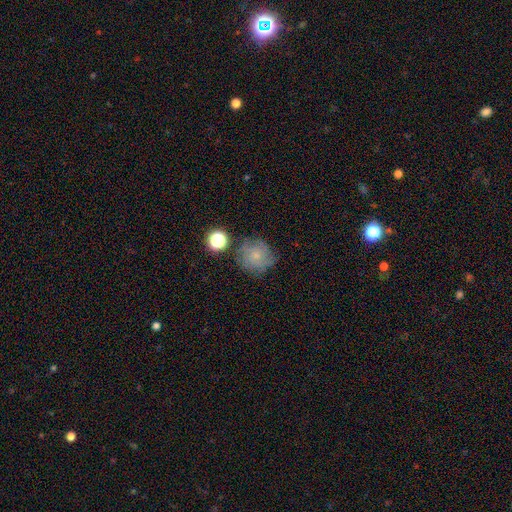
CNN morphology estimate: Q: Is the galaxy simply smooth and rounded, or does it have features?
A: smooth — 62%.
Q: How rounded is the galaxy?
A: round — 90%.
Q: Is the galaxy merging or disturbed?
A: none — 65%.